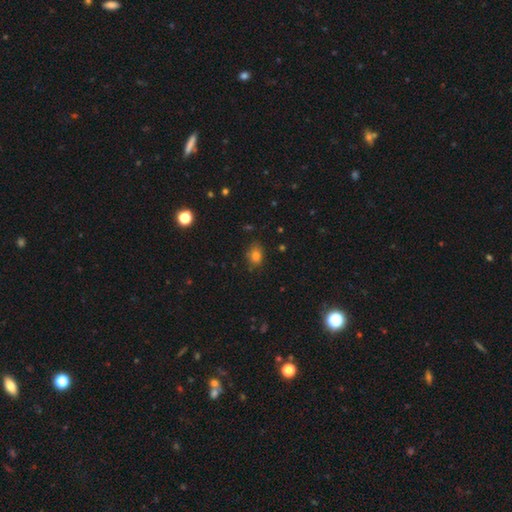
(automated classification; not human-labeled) Overall: smooth (79%). How rounded: in between (65%; round 34%). Merging: none (74%).